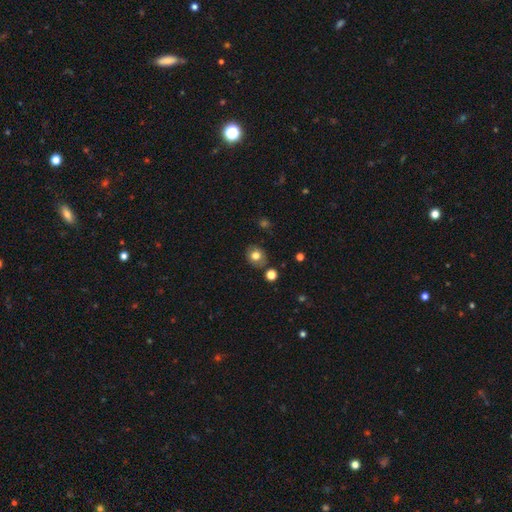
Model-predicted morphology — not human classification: Smooth or featured?
  - smooth: 76% *
  - featured or disk: 13%
  - star or artifact: 11%
How rounded?
  - round: 72% *
  - in between: 27%
  - cigar-shaped: 1%
Merging?
  - none: 81% *
  - minor disturbance: 11%
  - merger: 4%
  - major disturbance: 3%